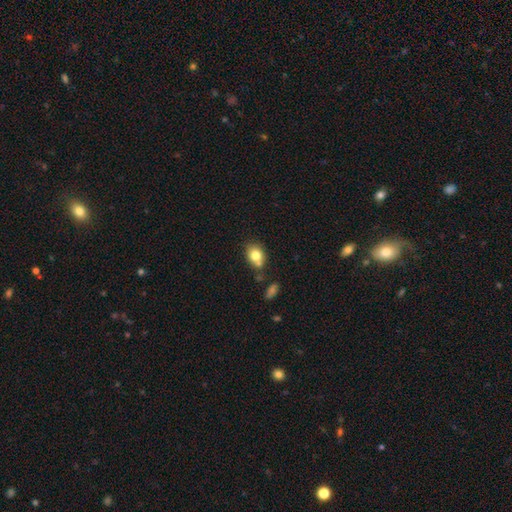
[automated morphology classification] This appears to be a smooth galaxy with no disk features (79%) that is in between round and cigar-shaped (52%). Merging: none (58%).